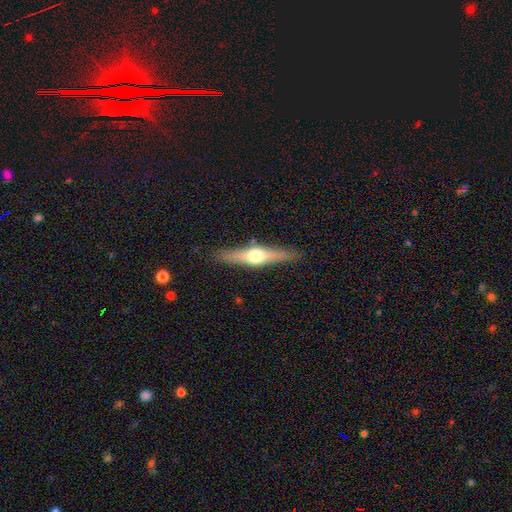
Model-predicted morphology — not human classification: Overall: featured or disk (63%; smooth 31%). Edge-on disk: yes (95%). Edge-on bulge: rounded (94%). Merging: none (88%).